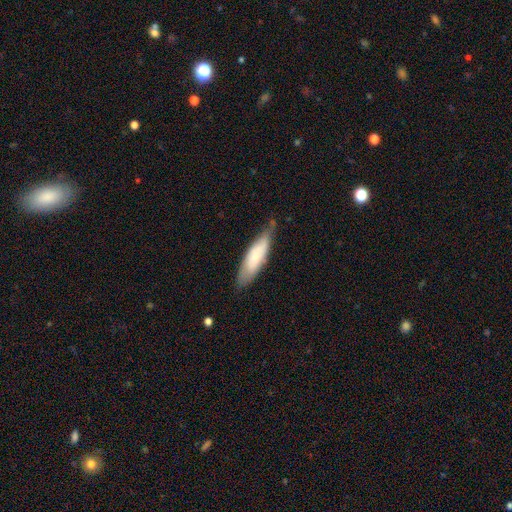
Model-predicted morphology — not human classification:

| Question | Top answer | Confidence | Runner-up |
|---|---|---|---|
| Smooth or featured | smooth | 66% | featured or disk (28%) |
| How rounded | cigar-shaped | 57% | in between (42%) |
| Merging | none | 69% | minor disturbance (25%) |